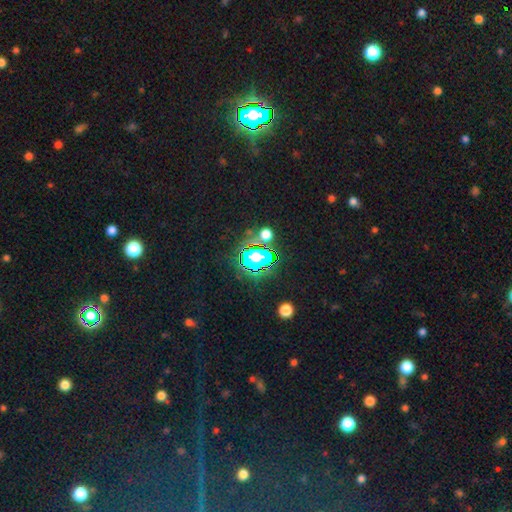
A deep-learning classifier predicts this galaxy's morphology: star or artifact 60%, smooth 26%, featured or disk 14%.